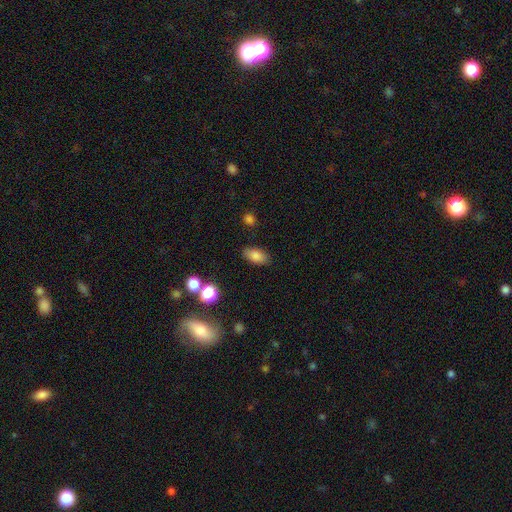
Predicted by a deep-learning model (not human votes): Smooth or featured: smooth — 83% (star or artifact — 9%)
How rounded: in between — 89% (round — 6%)
Merging: none — 85% (minor disturbance — 10%)